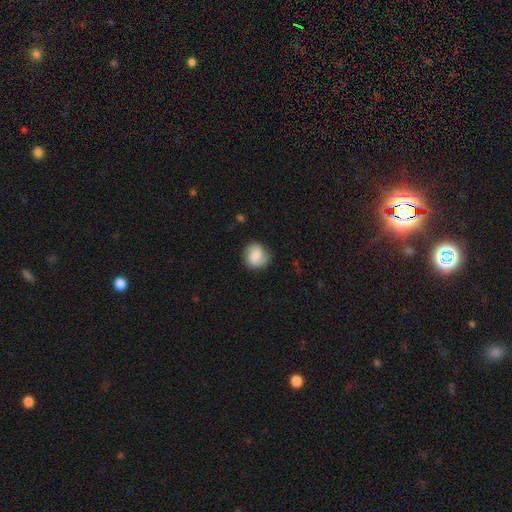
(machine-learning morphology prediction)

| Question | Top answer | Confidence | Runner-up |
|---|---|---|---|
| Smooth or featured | smooth | 61% | featured or disk (31%) |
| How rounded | round | 82% | in between (17%) |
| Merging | none | 73% | minor disturbance (19%) |